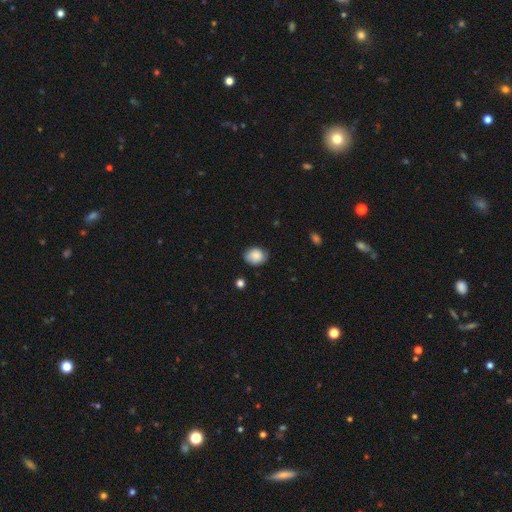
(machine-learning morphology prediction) Overall: smooth (85%). How rounded: round (53%; in between 46%). Merging: none (78%).